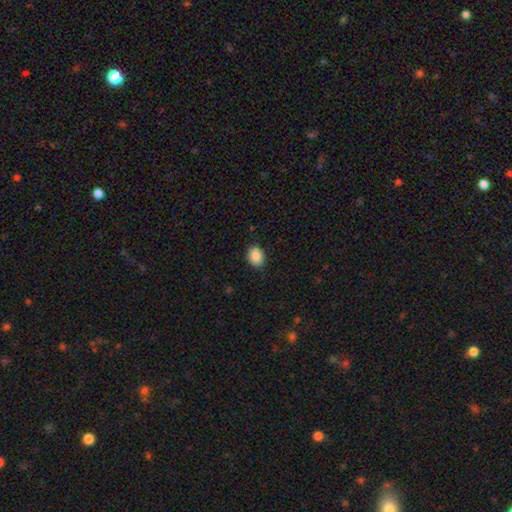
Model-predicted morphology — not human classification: This appears to be a smooth galaxy with no disk features (88%) that is in between round and cigar-shaped (66%). Merging: none (88%).